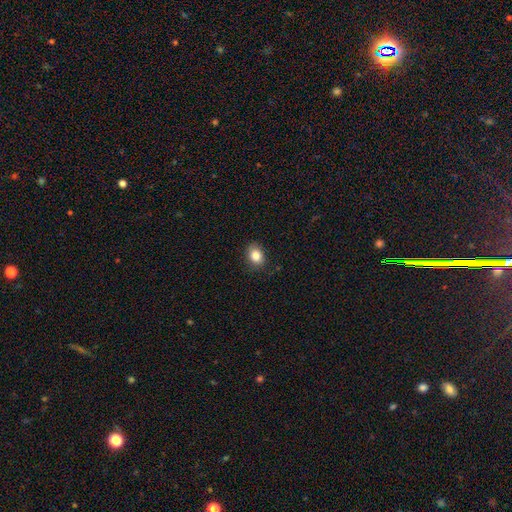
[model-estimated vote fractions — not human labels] Smooth or featured: smooth — 85% (star or artifact — 9%)
How rounded: in between — 58% (round — 41%)
Merging: none — 85% (minor disturbance — 11%)